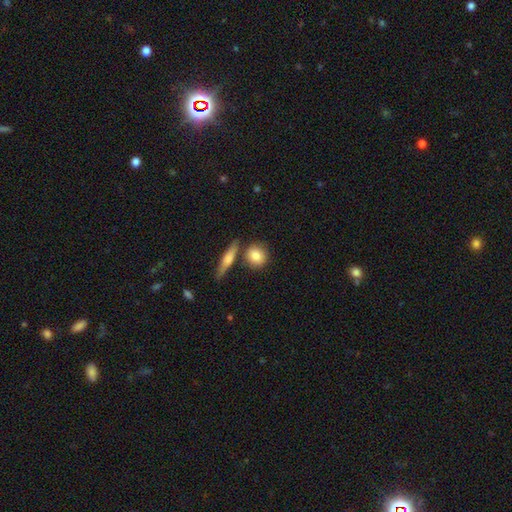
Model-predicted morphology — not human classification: Overall: smooth (82%). How rounded: round (71%). Merging: none (70%).